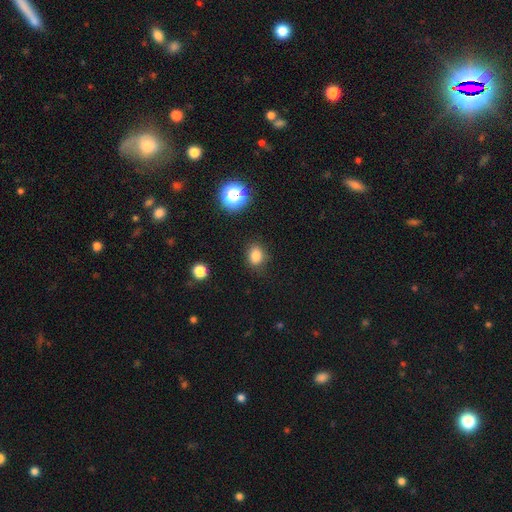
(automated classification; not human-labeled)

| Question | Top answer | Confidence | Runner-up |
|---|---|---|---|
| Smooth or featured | smooth | 81% | star or artifact (14%) |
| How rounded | in between | 50% | round (49%) |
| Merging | none | 82% | minor disturbance (13%) |